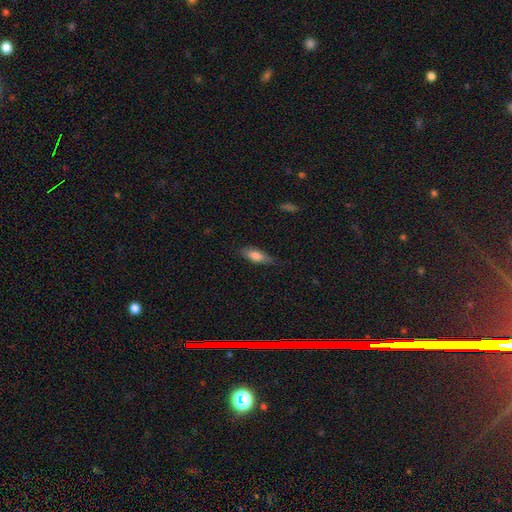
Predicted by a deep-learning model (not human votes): Q: Smooth or featured?
A: smooth (75%); runner-up: featured or disk (18%)
Q: How rounded?
A: in between (59%); runner-up: cigar-shaped (38%)
Q: Merging?
A: none (73%); runner-up: minor disturbance (21%)